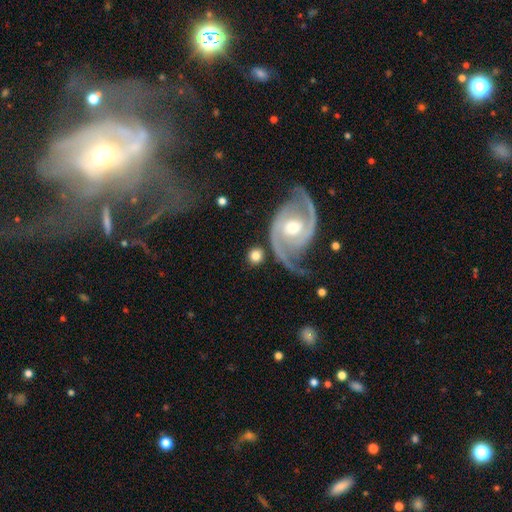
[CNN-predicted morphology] A smooth galaxy with no disk features (61%) that is round (83%). Merging: none (73%).